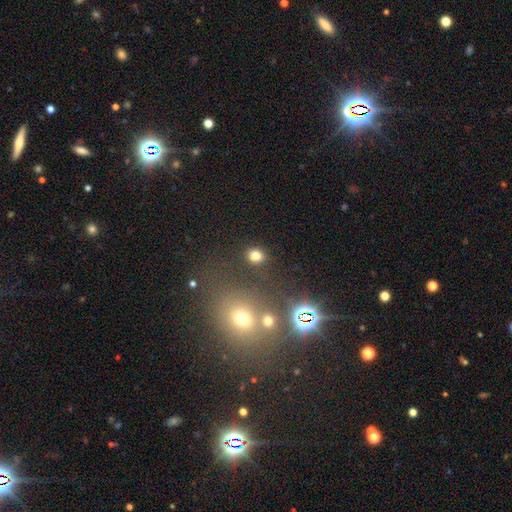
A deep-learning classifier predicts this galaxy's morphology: A smooth galaxy with no disk features (77%) that is round (67%).

Vote fractions:
- Smooth or featured? smooth: 77% / star or artifact: 17% / featured or disk: 7%
- How rounded? round: 67% / in between: 32% / cigar-shaped: 1%
- Merging? none: 82% / minor disturbance: 8% / merger: 6% / major disturbance: 4%